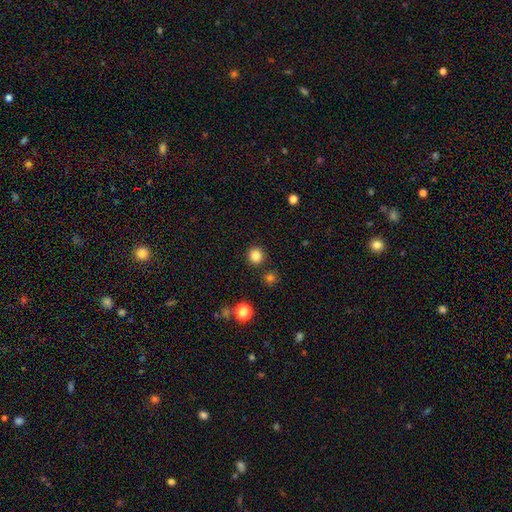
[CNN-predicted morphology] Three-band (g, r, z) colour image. It shows a smooth galaxy with no disk features (84%) that is round (93%). Merging: none (90%).